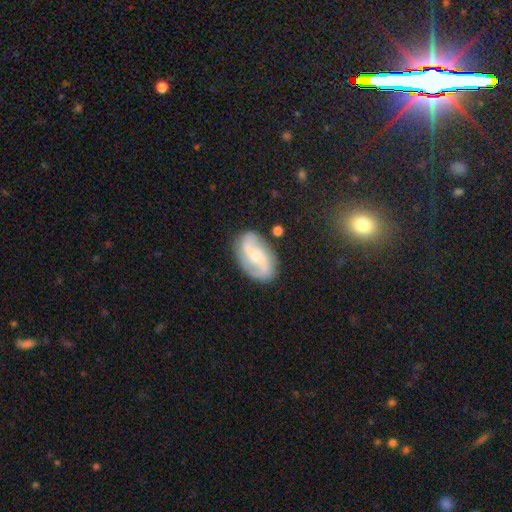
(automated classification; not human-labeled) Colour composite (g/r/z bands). It shows a featured or disk galaxy (81%) with no bar (46%), 2 (90%) loose (42%) spiral arms (94%) and a moderate central bulge (48%). Merging: none (81%).